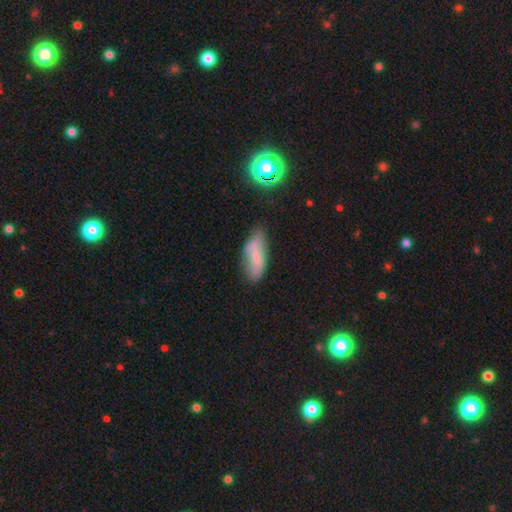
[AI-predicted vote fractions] The model was most divided on "smooth or featured": smooth: 58%, featured or disk: 32%, star or artifact: 10%. More confident: how rounded — in between (72%); merging — none (60%).